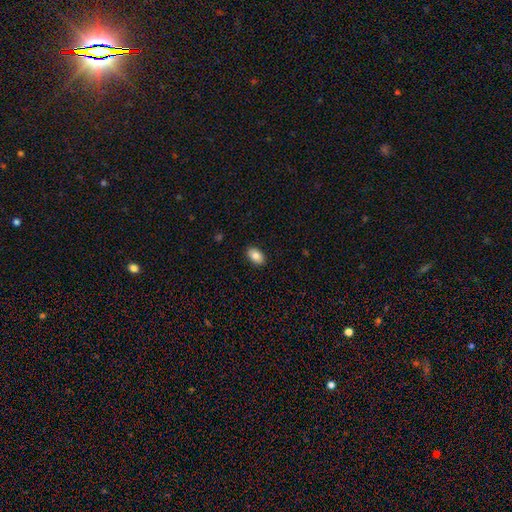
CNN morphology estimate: Q: Smooth or featured?
A: smooth (84%); runner-up: featured or disk (9%)
Q: How rounded?
A: in between (90%); runner-up: round (8%)
Q: Merging?
A: none (90%); runner-up: minor disturbance (8%)